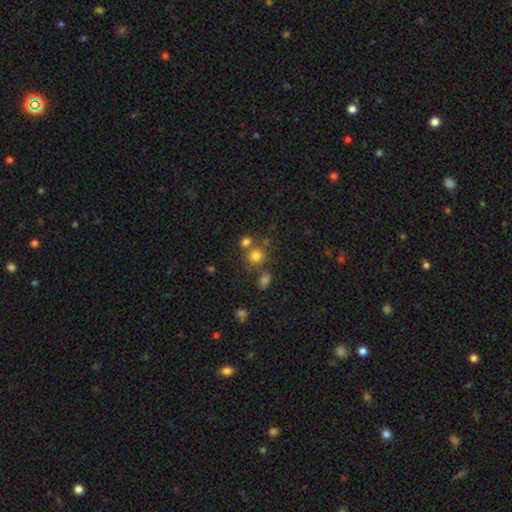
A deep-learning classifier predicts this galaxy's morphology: smooth-or-featured: smooth: 76% | star or artifact: 16% | featured or disk: 8%
  how-rounded: round: 86% | in between: 13% | cigar-shaped: 1%
  merging: none: 62% | merger: 24% | minor disturbance: 9% | major disturbance: 4%